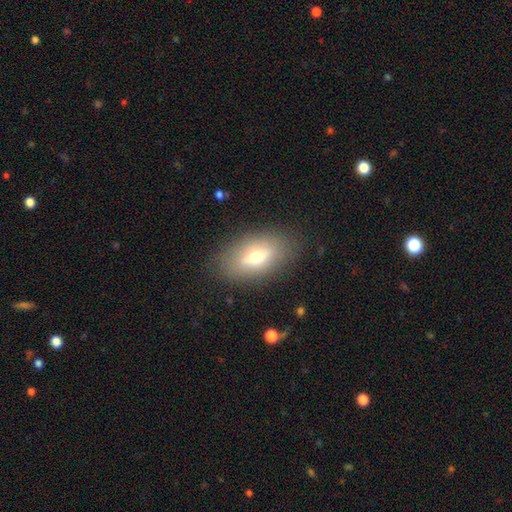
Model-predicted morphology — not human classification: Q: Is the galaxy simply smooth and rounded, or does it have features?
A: smooth — 62%.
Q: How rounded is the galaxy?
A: in between — 88%.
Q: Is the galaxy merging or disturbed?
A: none — 83%.